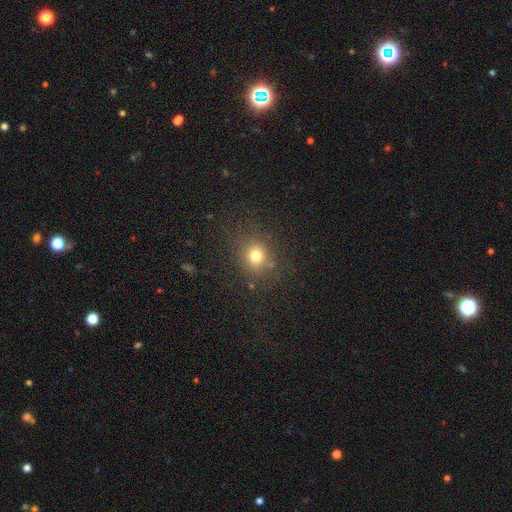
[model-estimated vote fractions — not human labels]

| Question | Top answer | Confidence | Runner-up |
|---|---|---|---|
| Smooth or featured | smooth | 75% | star or artifact (17%) |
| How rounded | round | 83% | in between (16%) |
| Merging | none | 82% | minor disturbance (10%) |